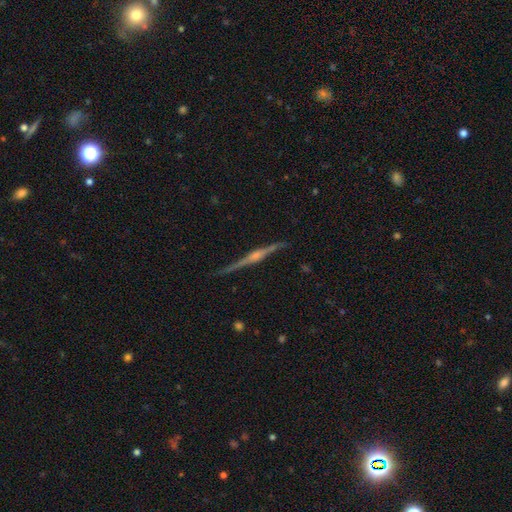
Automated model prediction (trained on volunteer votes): Q: Smooth or featured?
A: featured or disk (86%); runner-up: smooth (8%)
Q: Edge-on disk?
A: yes (98%); runner-up: no (2%)
Q: Edge-on bulge?
A: rounded (77%); runner-up: boxy (14%)
Q: Merging?
A: none (87%); runner-up: minor disturbance (9%)